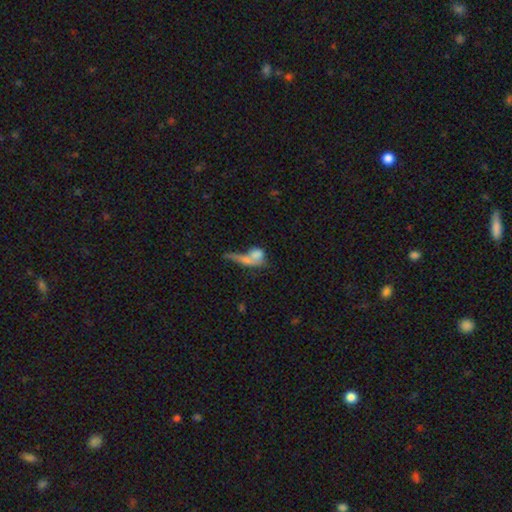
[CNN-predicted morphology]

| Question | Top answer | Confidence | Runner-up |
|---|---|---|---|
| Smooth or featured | smooth | 63% | featured or disk (26%) |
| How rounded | in between | 49% | round (33%) |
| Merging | merger | 54% | none (20%) |